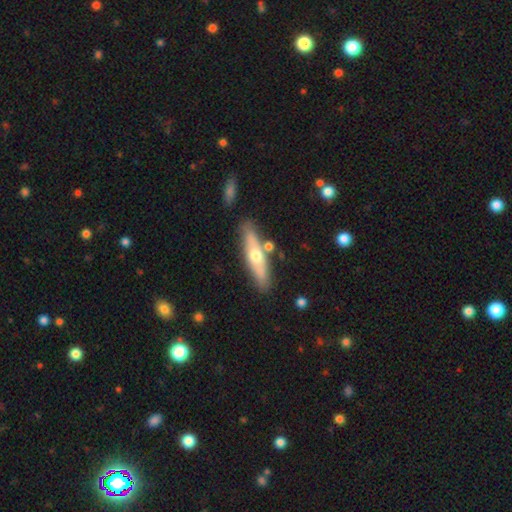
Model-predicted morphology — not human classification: This is possibly a featured or disk galaxy (48%). Merging: likely none (79%).